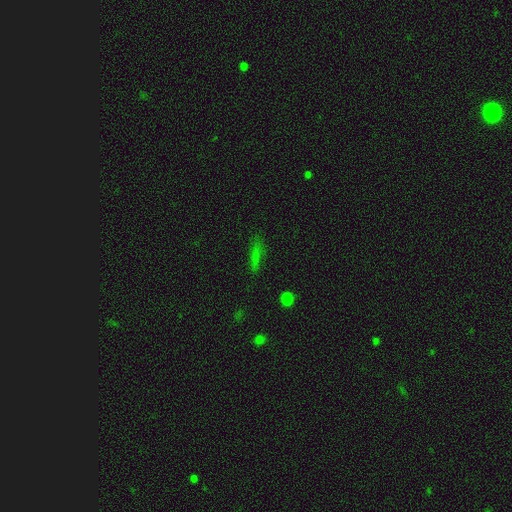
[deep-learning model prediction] Smooth or featured? Predicted: smooth (p=0.63). How rounded? Predicted: cigar-shaped (p=0.76). Merging? Predicted: none (p=0.79).